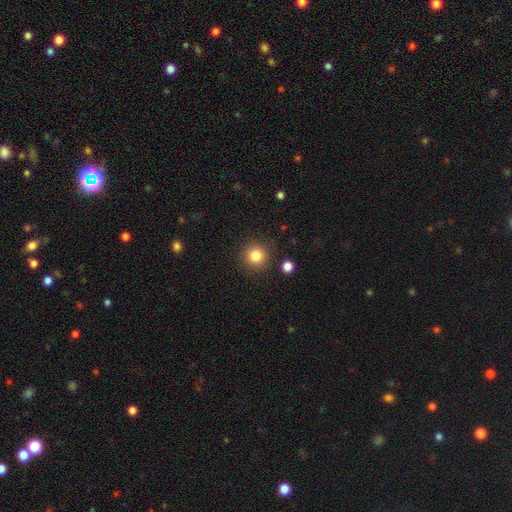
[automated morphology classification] smooth_or_featured: smooth (p=0.84) [alt: star or artifact p=0.11]
how_rounded: round (p=0.94) [alt: in between p=0.05]
merging: none (p=0.89) [alt: minor disturbance p=0.06]